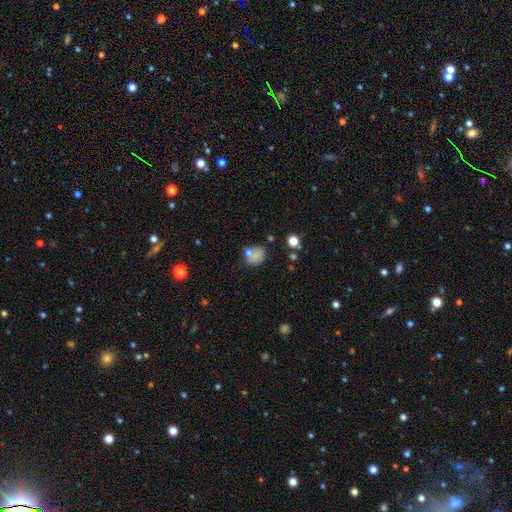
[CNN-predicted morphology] Overall: smooth (69%). How rounded: round (62%; in between 37%). Merging: none (51%; minor disturbance 20%).